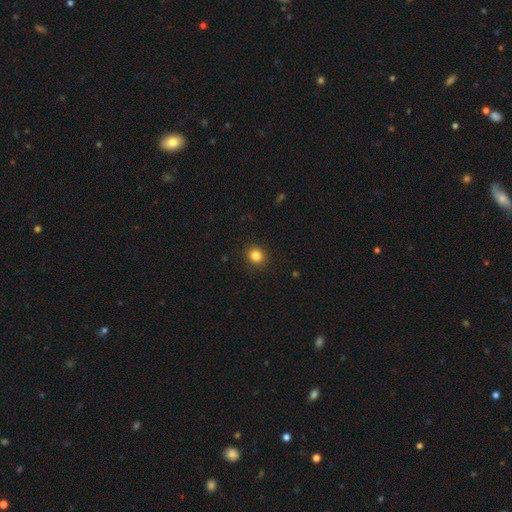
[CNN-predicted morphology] Overall: smooth (84%). How rounded: round (85%). Merging: none (91%).